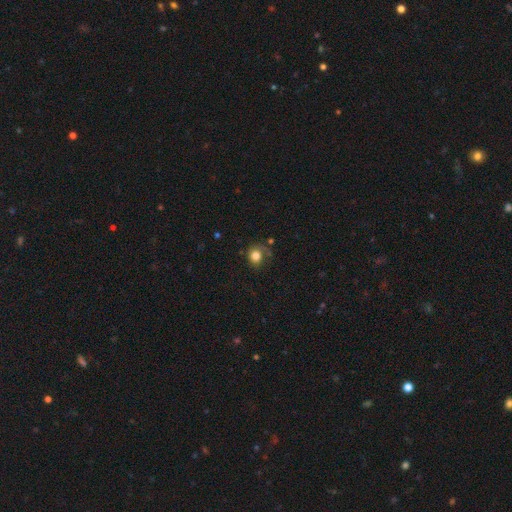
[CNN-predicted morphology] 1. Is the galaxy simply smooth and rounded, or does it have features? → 75% smooth, 15% featured or disk, 10% star or artifact.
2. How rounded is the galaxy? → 76% round, 23% in between, 1% cigar-shaped.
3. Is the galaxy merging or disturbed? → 54% none, 22% minor disturbance, 19% major disturbance, 5% merger.